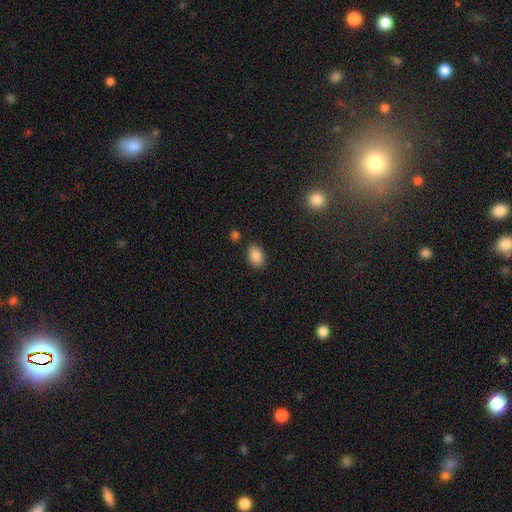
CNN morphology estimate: Q: Smooth or featured?
A: smooth (87%); runner-up: star or artifact (9%)
Q: How rounded?
A: in between (86%); runner-up: round (13%)
Q: Merging?
A: none (84%); runner-up: minor disturbance (10%)